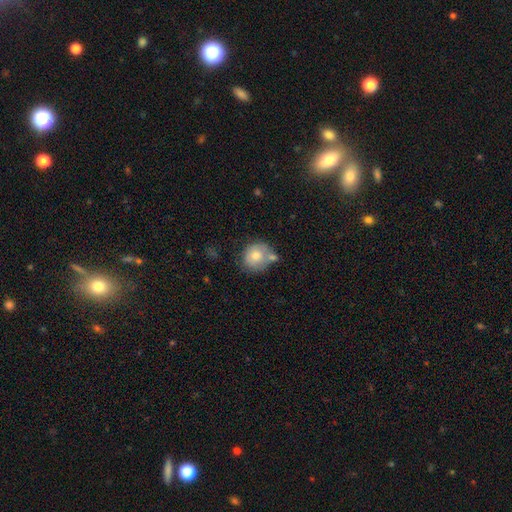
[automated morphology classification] Overall: smooth (74%). How rounded: round (84%). Merging: none (49%; merger 26%).